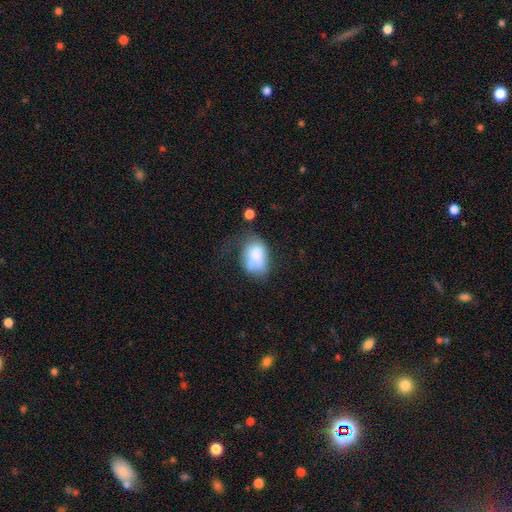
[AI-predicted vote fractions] Overall: smooth (71%). How rounded: in between (84%). Merging: major disturbance (35%; minor disturbance 29%).